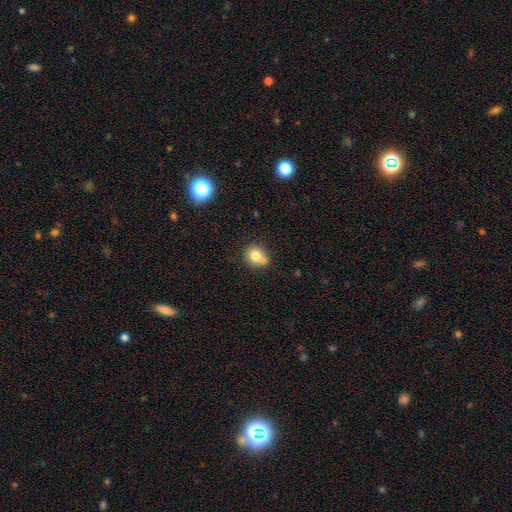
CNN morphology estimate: Smooth or featured? smooth (78%)
How rounded? round (82%)
Merging? none (61%)